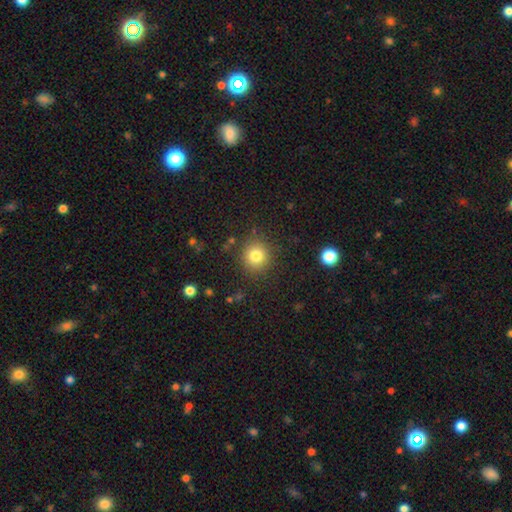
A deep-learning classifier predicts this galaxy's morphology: smooth 80%, star or artifact 13%, featured or disk 8%. Down the decision tree: how rounded — round (92%); merging — none (87%).